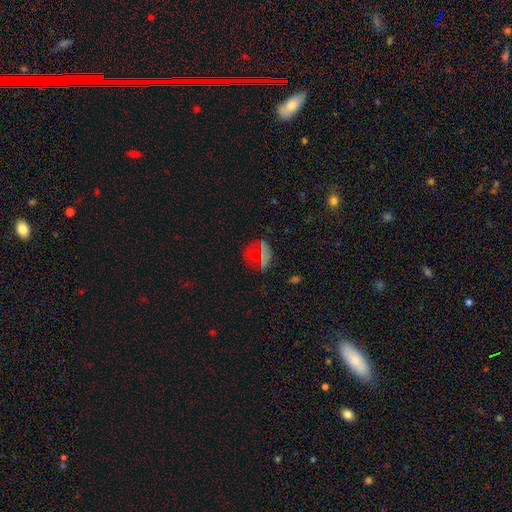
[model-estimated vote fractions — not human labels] The model was most divided on "smooth or featured": smooth: 55%, star or artifact: 32%, featured or disk: 13%. More confident: how rounded — round (83%); merging — none (73%).